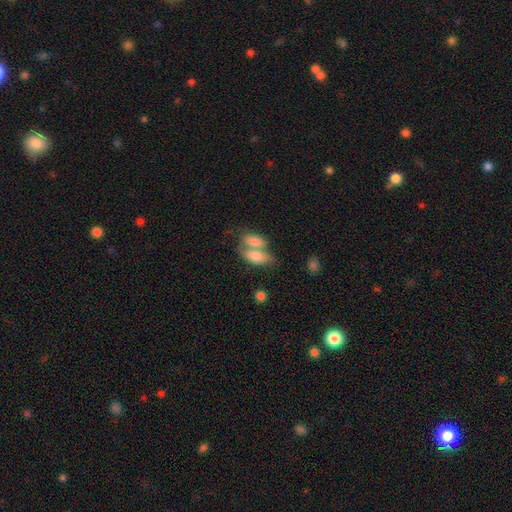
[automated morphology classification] Smooth or featured? Predicted: smooth (p=0.76). How rounded? Predicted: in between (p=0.86). Merging? Predicted: merger (p=0.63).